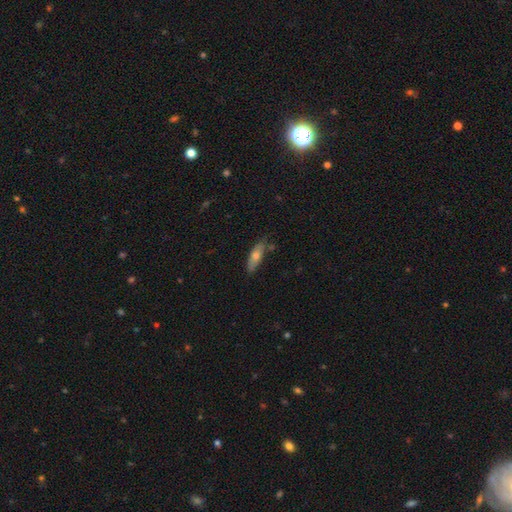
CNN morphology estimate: type=smooth (61%); roundness=in between (52%); merging=none (73%).